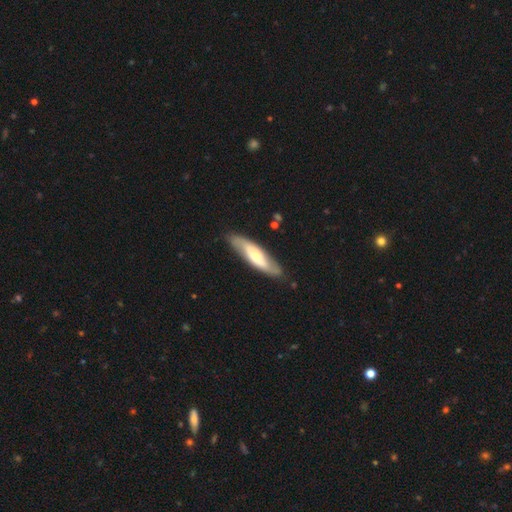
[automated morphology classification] Q: Smooth or featured?
A: featured or disk (52%); runner-up: smooth (43%)
Q: Edge-on disk?
A: no (63%); runner-up: yes (37%)
Q: Merging?
A: none (82%); runner-up: minor disturbance (14%)